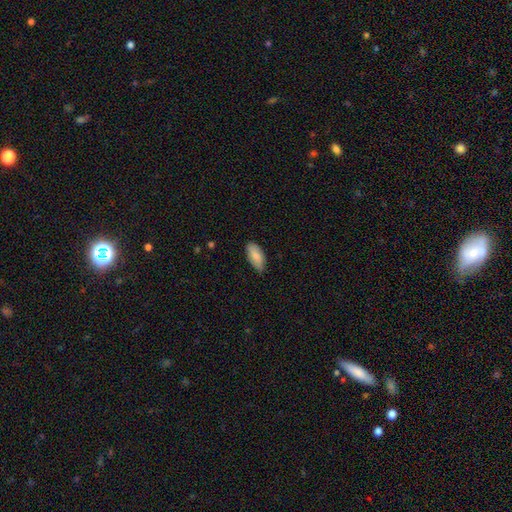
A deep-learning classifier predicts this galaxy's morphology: type=smooth (85%); roundness=in between (91%); merging=none (75%).